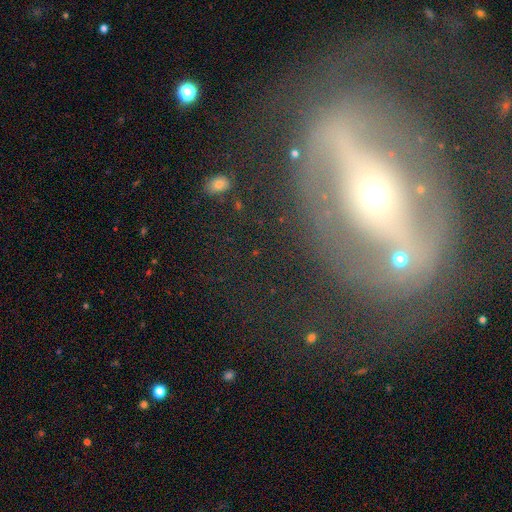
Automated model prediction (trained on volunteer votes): Overall: featured or disk (76%). Edge-on disk: no (86%). Bar: strong (59%; no 24%). Spiral arms: no (56%; yes 44%). Bulge size: small (67%). Merging: none (62%).